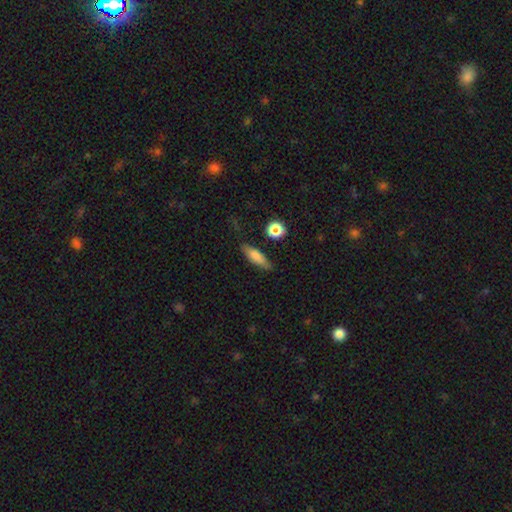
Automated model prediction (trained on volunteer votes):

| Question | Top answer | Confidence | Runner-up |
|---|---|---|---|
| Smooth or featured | smooth | 77% | featured or disk (15%) |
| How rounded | cigar-shaped | 51% | in between (45%) |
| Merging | none | 79% | minor disturbance (15%) |